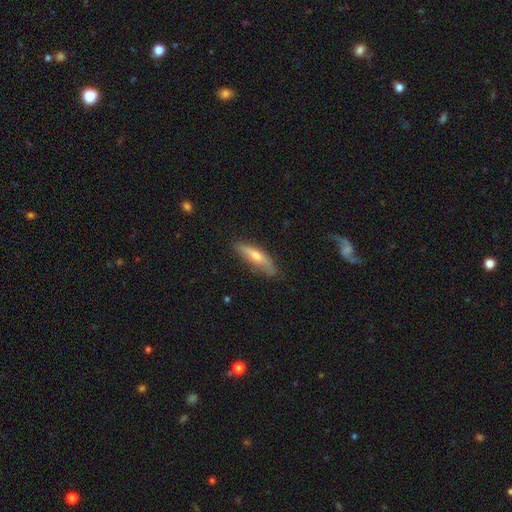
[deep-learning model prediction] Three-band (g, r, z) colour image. It shows a smooth galaxy with no disk features (55%) that is cigar-shaped (69%). Merging: none (71%).